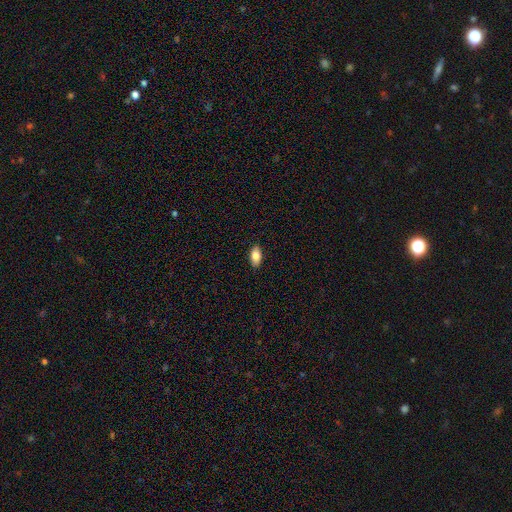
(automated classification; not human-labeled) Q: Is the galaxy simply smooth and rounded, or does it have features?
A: smooth — 84%.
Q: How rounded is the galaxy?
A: in between — 91%.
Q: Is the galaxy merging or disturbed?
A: none — 89%.